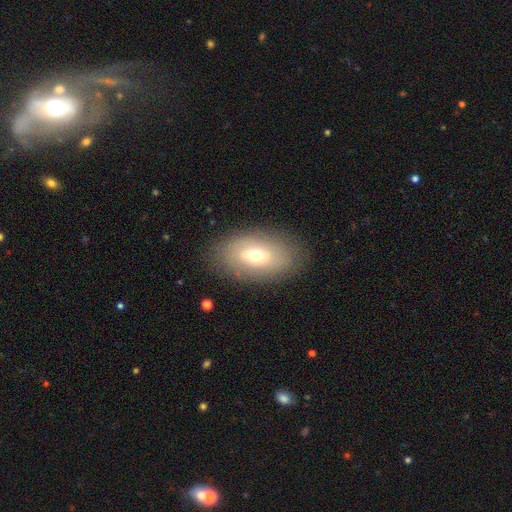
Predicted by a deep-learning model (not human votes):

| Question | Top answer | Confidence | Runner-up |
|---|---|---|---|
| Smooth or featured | smooth | 61% | featured or disk (30%) |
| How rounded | in between | 89% | round (8%) |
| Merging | none | 84% | minor disturbance (11%) |